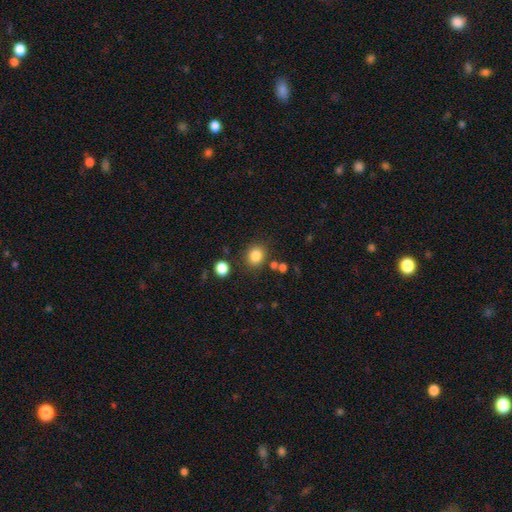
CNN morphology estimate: A smooth galaxy with no disk features (84%) that is round (75%).

Vote fractions:
- Smooth or featured? smooth: 84% / star or artifact: 11% / featured or disk: 5%
- How rounded? round: 75% / in between: 25% / cigar-shaped: 1%
- Merging? none: 82% / minor disturbance: 9% / merger: 5% / major disturbance: 4%